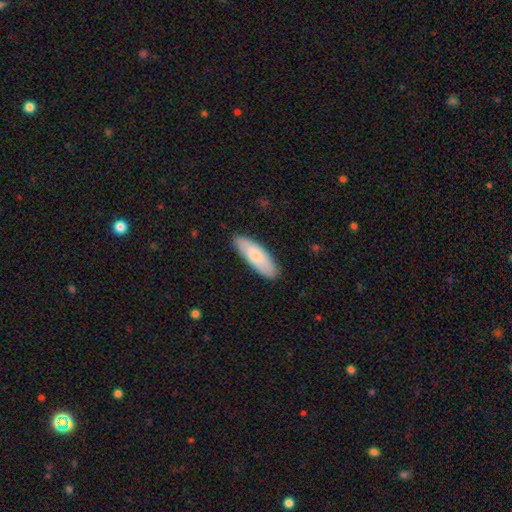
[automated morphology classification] smooth-or-featured: smooth: 71% | featured or disk: 23% | star or artifact: 5%
  how-rounded: in between: 60% | cigar-shaped: 38% | round: 2%
  merging: none: 85% | minor disturbance: 12% | major disturbance: 2% | merger: 1%